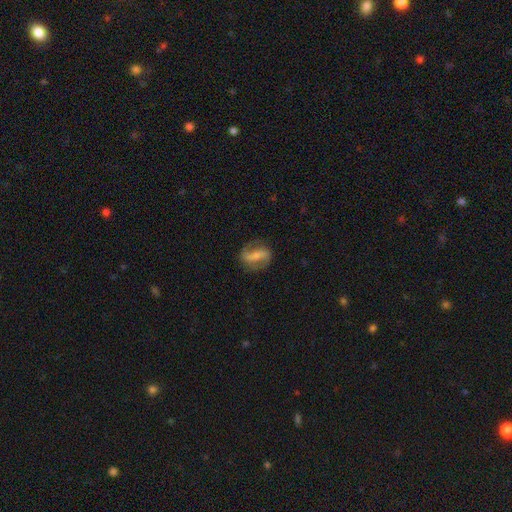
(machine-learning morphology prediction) type=featured or disk (73%); edge-on=no (95%); bar=strong (52%); spiral arms=yes (89%); winding=medium (42%); arm count=2 (88%); bulge=small (48%); merging=none (76%).